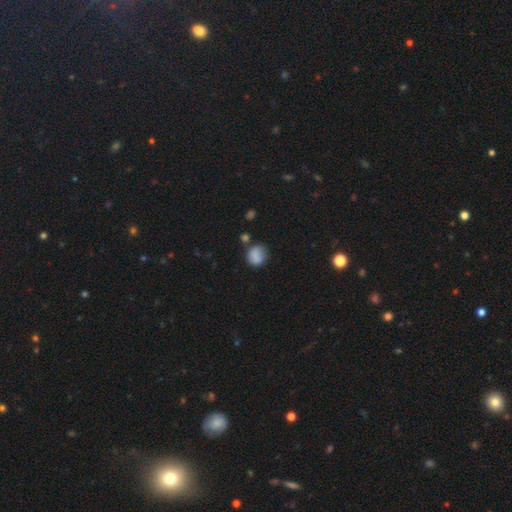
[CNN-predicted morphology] smooth-or-featured: smooth: 81% | star or artifact: 10% | featured or disk: 9%
  how-rounded: round: 68% | in between: 31% | cigar-shaped: 1%
  merging: none: 57% | minor disturbance: 26% | major disturbance: 8% | merger: 8%